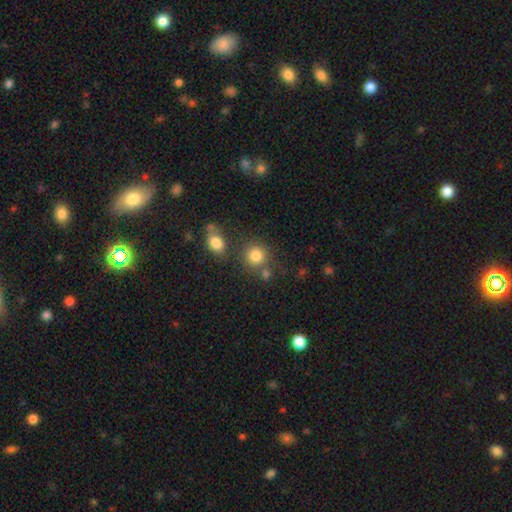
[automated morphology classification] smooth 82%, star or artifact 11%, featured or disk 7%. Down the decision tree: how rounded — round (88%); merging — none (69%).